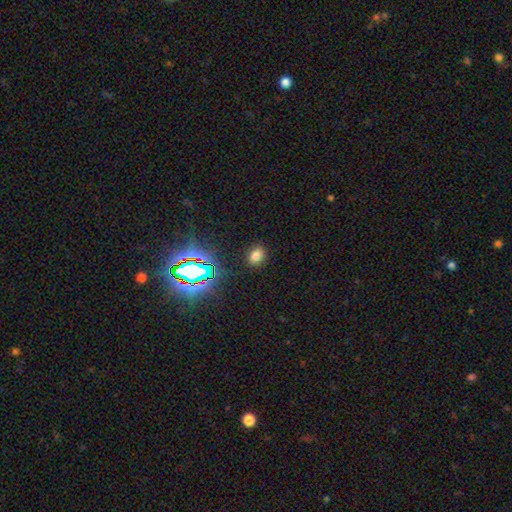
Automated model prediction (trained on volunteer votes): Smooth or featured?
  - smooth: 72% *
  - star or artifact: 22%
  - featured or disk: 6%
How rounded?
  - in between: 65% *
  - round: 33%
  - cigar-shaped: 1%
Merging?
  - none: 86% *
  - minor disturbance: 9%
  - major disturbance: 3%
  - merger: 2%